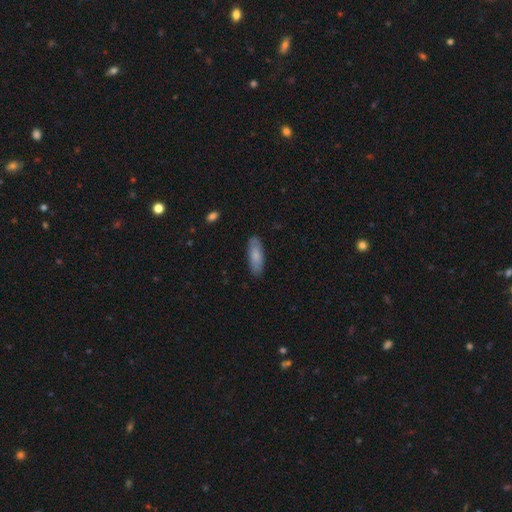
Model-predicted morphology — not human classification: This appears to be a smooth galaxy with no disk features (80%) that is in between round and cigar-shaped (53%). Merging: none (86%).